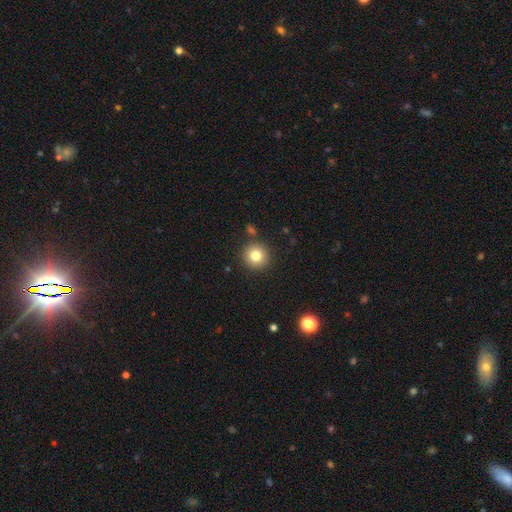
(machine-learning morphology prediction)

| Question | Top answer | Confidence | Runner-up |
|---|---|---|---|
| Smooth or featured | smooth | 80% | star or artifact (11%) |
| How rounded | round | 95% | in between (4%) |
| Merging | none | 87% | minor disturbance (7%) |